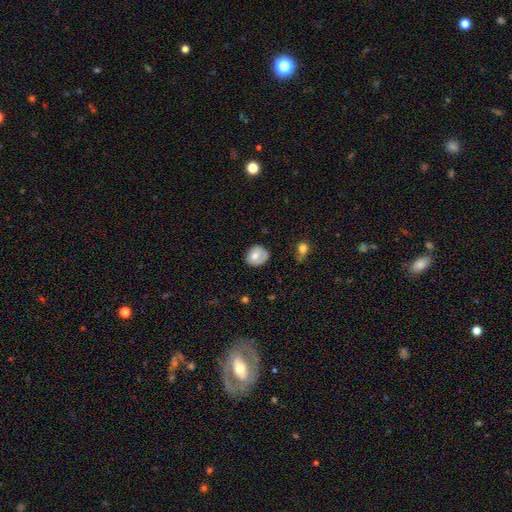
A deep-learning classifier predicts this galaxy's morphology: type=smooth (68%); roundness=round (59%); merging=none (56%).